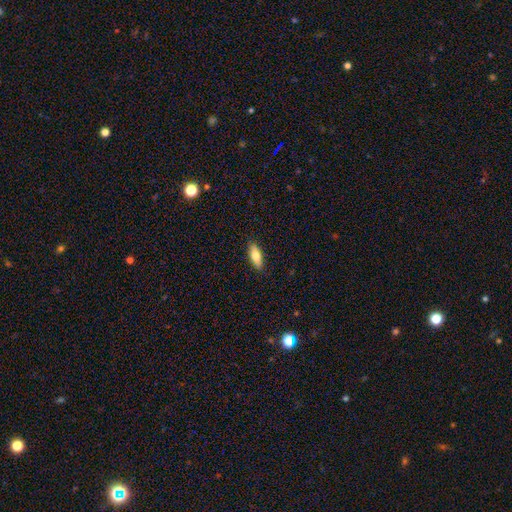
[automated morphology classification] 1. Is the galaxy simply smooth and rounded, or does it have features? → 73% smooth, 21% featured or disk, 6% star or artifact.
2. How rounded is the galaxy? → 72% in between, 25% cigar-shaped, 3% round.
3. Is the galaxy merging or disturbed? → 88% none, 9% minor disturbance, 2% major disturbance, 1% merger.